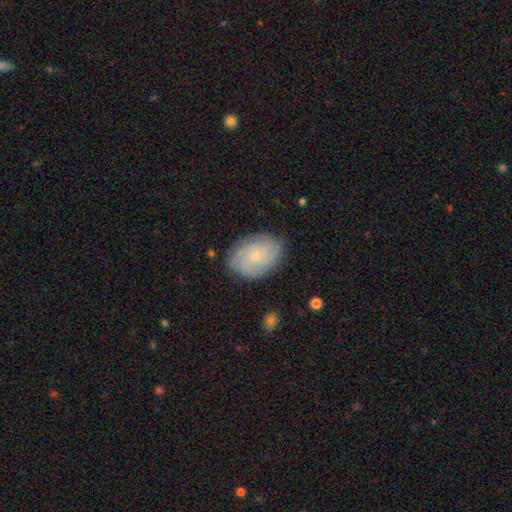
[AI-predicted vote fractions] smooth 48%, featured or disk 43%, star or artifact 9%. Down the decision tree: merging — none (82%).